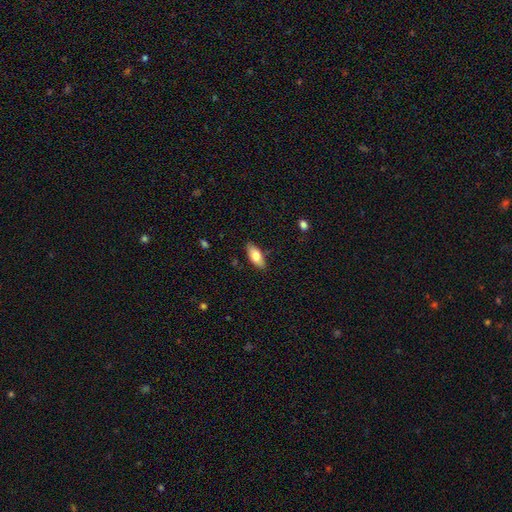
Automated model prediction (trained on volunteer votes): The model was most divided on "smooth or featured": smooth: 75%, featured or disk: 19%, star or artifact: 6%. More confident: how rounded — in between (85%); merging — none (85%).